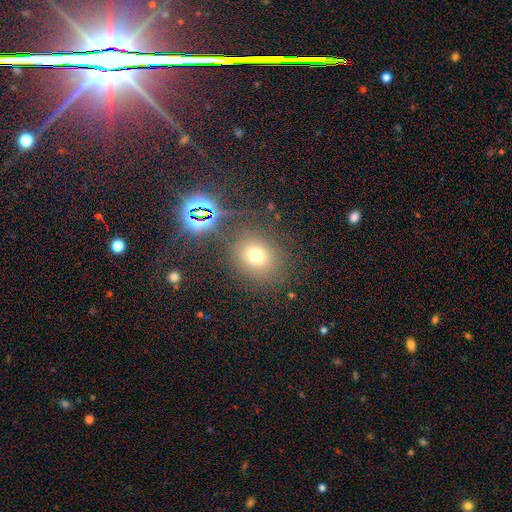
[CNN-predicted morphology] Overall: smooth (66%). How rounded: round (65%; in between 34%). Merging: none (77%).